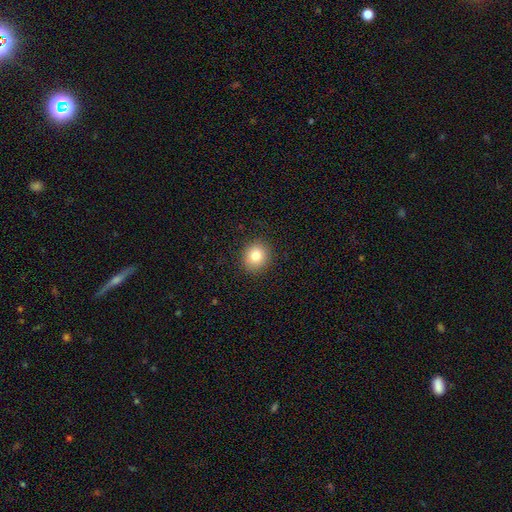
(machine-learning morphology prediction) This is clearly a smooth galaxy (80%). How rounded: likely round (78%). Merging: clearly none (89%).